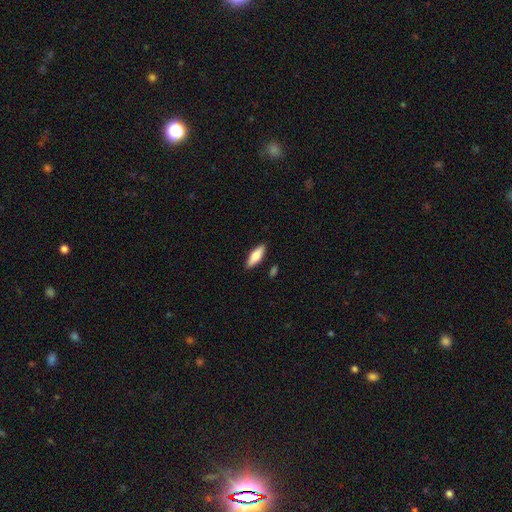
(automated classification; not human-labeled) Morphology: type=smooth (72%); roundness=in between (59%); merging=none (87%).